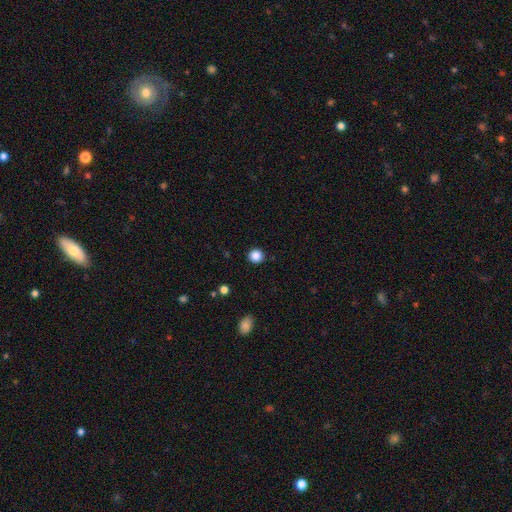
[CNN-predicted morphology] smooth_or_featured: smooth (p=0.86) [alt: star or artifact p=0.11]
how_rounded: round (p=0.93) [alt: in between p=0.06]
merging: none (p=0.92) [alt: minor disturbance p=0.05]